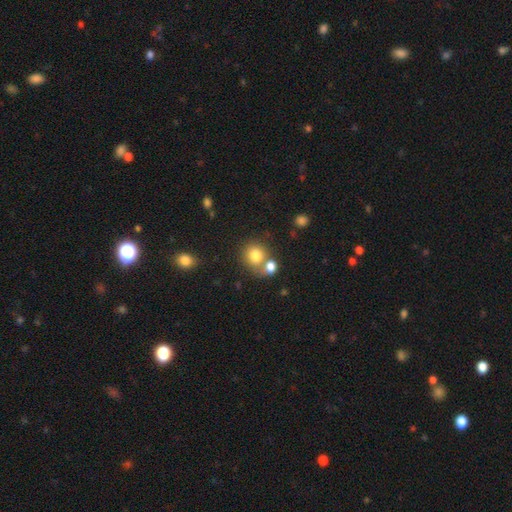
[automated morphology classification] This is likely a smooth galaxy (80%). How rounded: clearly round (81%). Merging: possibly none (52%).